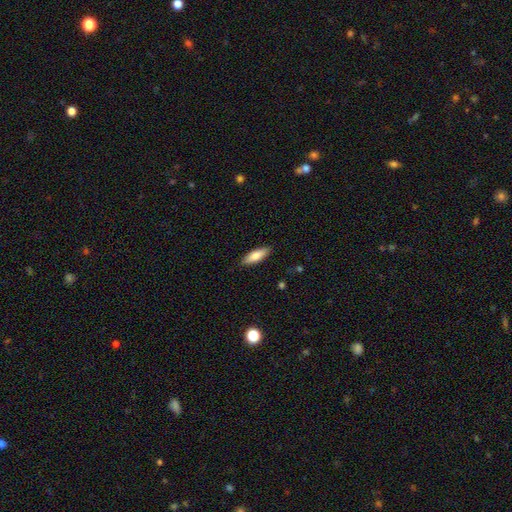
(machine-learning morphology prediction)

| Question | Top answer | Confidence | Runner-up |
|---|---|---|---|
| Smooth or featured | smooth | 81% | featured or disk (13%) |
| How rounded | in between | 58% | cigar-shaped (40%) |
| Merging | none | 87% | minor disturbance (10%) |